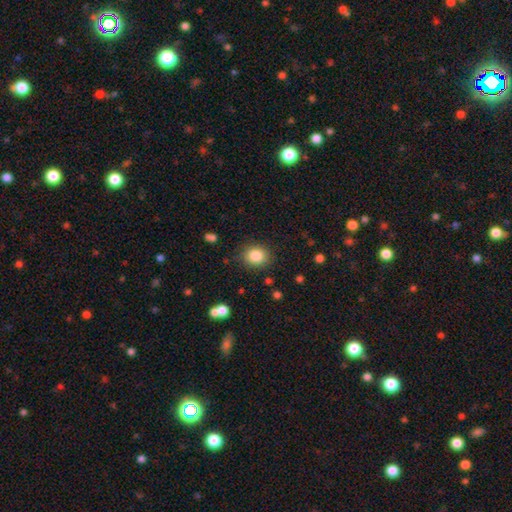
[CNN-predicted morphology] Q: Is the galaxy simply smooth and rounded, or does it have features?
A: smooth — 85%.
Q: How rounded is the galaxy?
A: round — 72%.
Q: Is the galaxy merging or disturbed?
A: none — 85%.